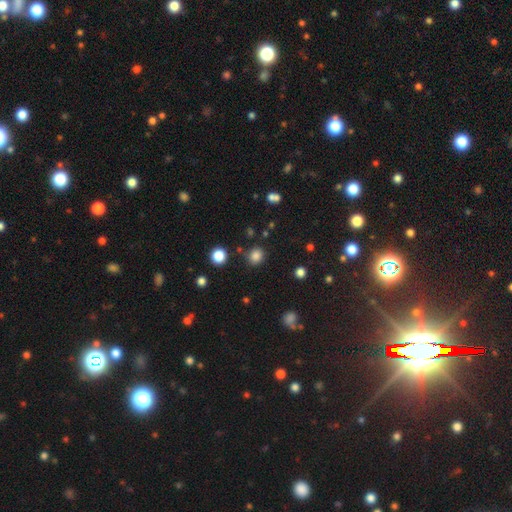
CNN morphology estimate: Smooth or featured?
  - smooth: 82% *
  - star or artifact: 14%
  - featured or disk: 4%
How rounded?
  - round: 81% *
  - in between: 18%
  - cigar-shaped: 1%
Merging?
  - none: 85% *
  - minor disturbance: 9%
  - merger: 4%
  - major disturbance: 3%